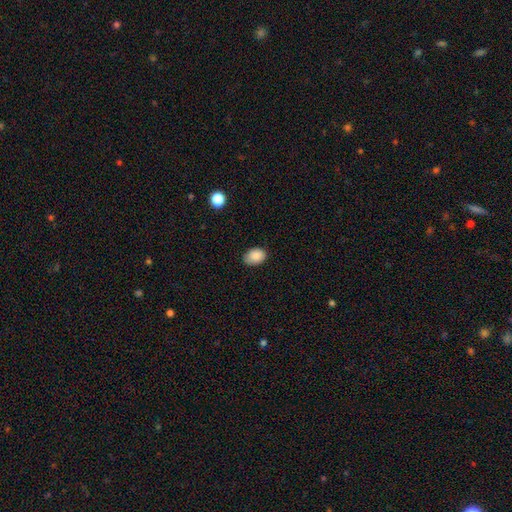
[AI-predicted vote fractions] Smooth or featured: smooth — 88% (star or artifact — 8%)
How rounded: in between — 76% (round — 23%)
Merging: none — 77% (minor disturbance — 19%)